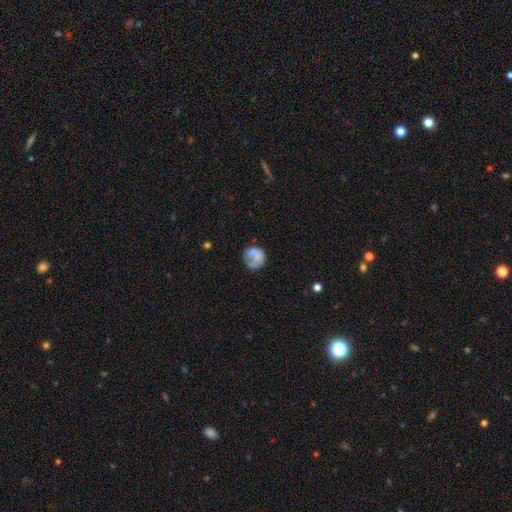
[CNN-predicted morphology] A smooth galaxy with no disk features (68%) that is round (85%). Merging: none (57%).